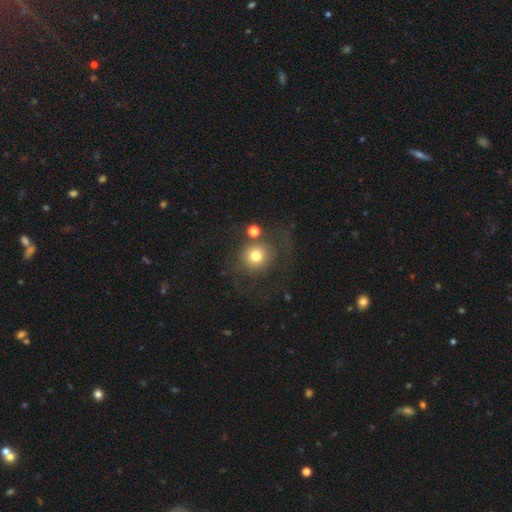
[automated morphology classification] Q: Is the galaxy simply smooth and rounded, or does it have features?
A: smooth — 75%.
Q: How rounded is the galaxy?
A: round — 89%.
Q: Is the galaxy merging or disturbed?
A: none — 66%.